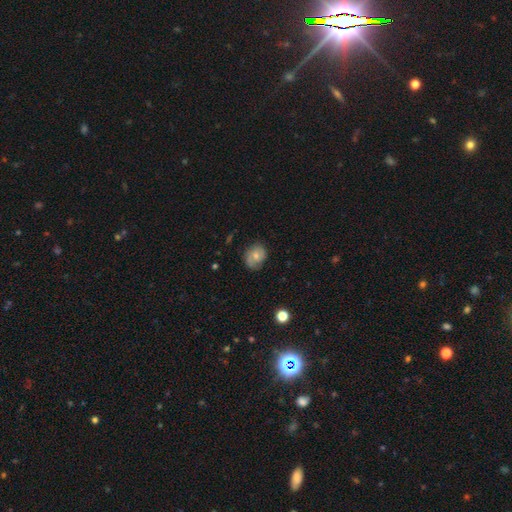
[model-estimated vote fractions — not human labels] Smooth or featured? Predicted: smooth (p=0.50). How rounded? Predicted: round (p=0.54). Merging? Predicted: none (p=0.68).